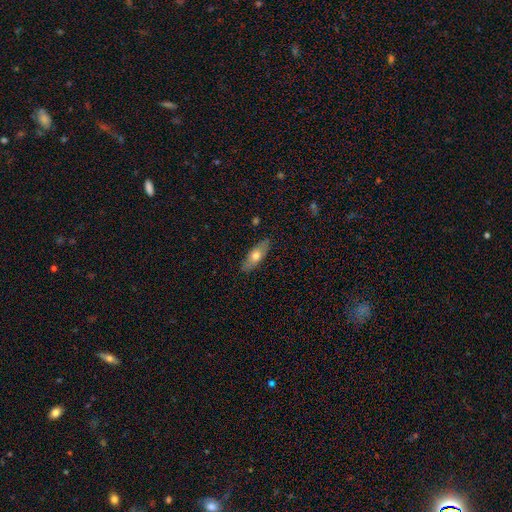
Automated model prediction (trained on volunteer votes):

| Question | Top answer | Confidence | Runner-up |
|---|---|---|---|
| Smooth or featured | smooth | 64% | featured or disk (30%) |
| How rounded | in between | 68% | cigar-shaped (29%) |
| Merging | none | 86% | minor disturbance (11%) |